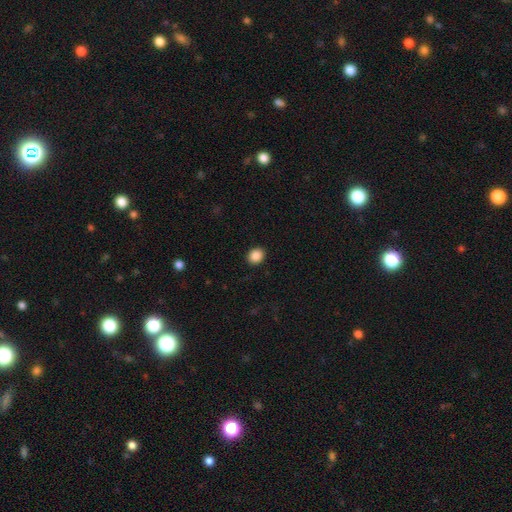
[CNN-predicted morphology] A smooth galaxy with no disk features (88%) that is round (64%).

Vote fractions:
- Smooth or featured? smooth: 88% / star or artifact: 9% / featured or disk: 3%
- How rounded? round: 64% / in between: 35% / cigar-shaped: 1%
- Merging? none: 91% / minor disturbance: 6% / major disturbance: 2% / merger: 1%